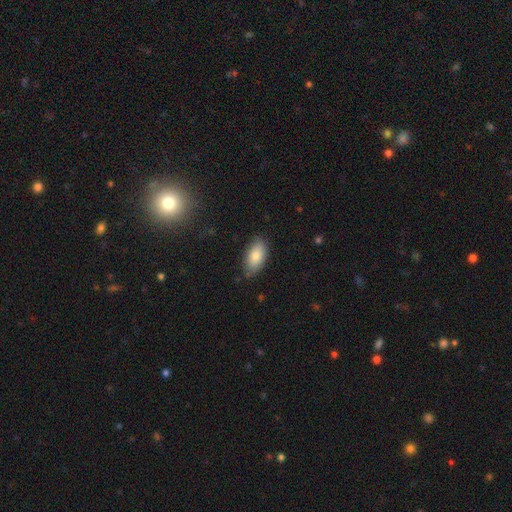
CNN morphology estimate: Smooth or featured: smooth — 81% (featured or disk — 12%)
How rounded: in between — 92% (cigar-shaped — 4%)
Merging: none — 78% (minor disturbance — 17%)